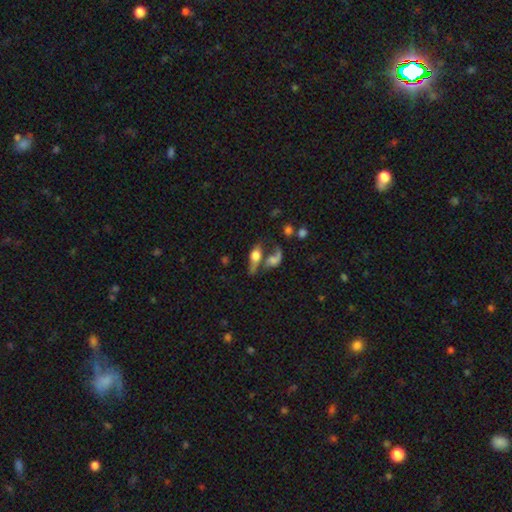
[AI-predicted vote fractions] smooth 52%, featured or disk 36%, star or artifact 12%. Down the decision tree: how rounded — in between (70%); merging — merger (47%).